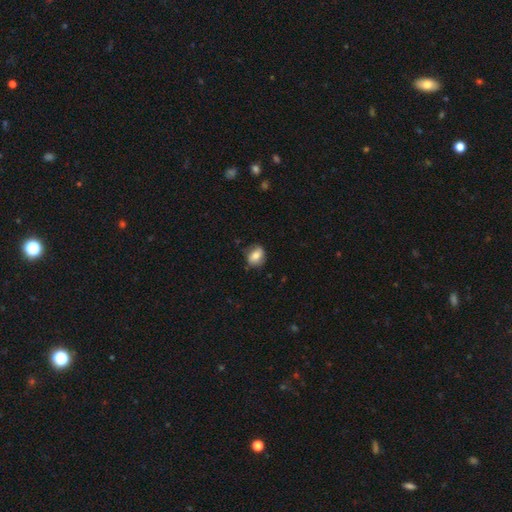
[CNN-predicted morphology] This is likely a smooth galaxy (74%). How rounded: possibly in between (52%). Merging: likely none (72%).